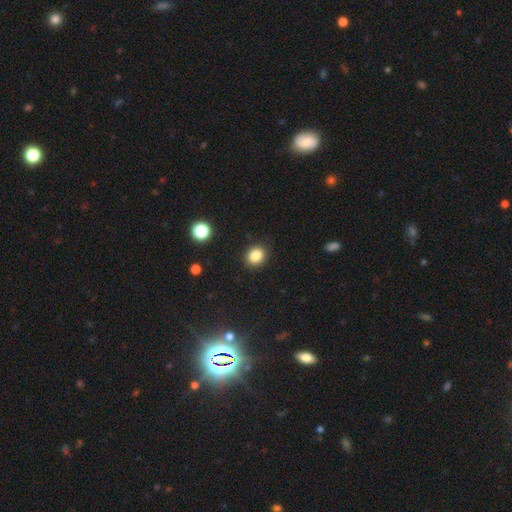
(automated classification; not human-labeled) A smooth galaxy with no disk features (85%) that is round (58%). Merging: none (89%).